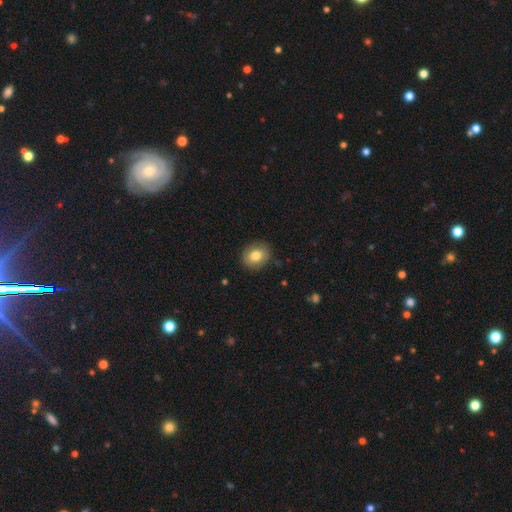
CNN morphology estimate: type=smooth (78%); roundness=round (59%); merging=none (86%).